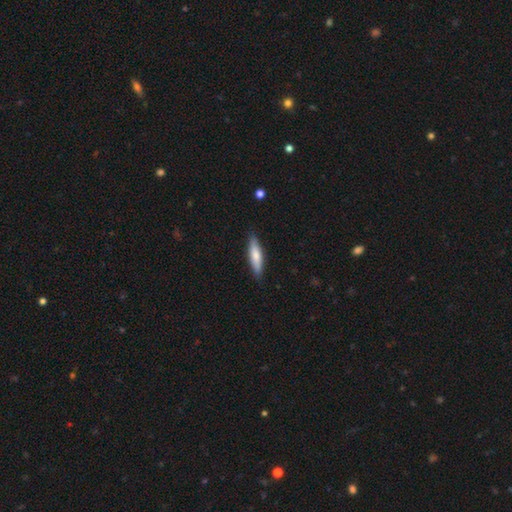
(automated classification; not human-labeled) A smooth galaxy with no disk features (70%) that is cigar-shaped (75%).

Vote fractions:
- Smooth or featured? smooth: 70% / featured or disk: 24% / star or artifact: 5%
- How rounded? cigar-shaped: 75% / in between: 24% / round: 2%
- Merging? none: 87% / minor disturbance: 11% / major disturbance: 2% / merger: 1%